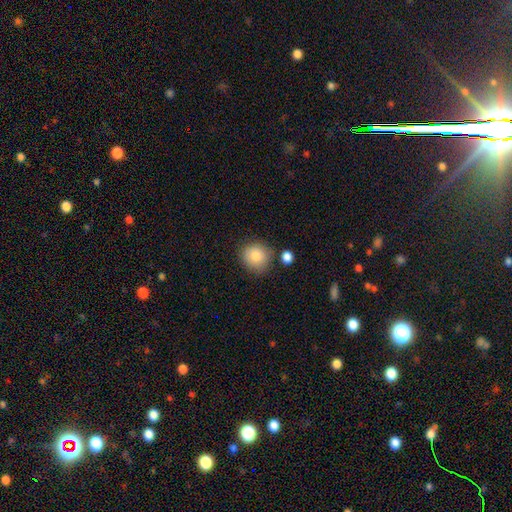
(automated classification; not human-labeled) smooth_or_featured: smooth (p=0.85) [alt: star or artifact p=0.08]
how_rounded: round (p=0.88) [alt: in between p=0.11]
merging: none (p=0.77) [alt: minor disturbance p=0.13]